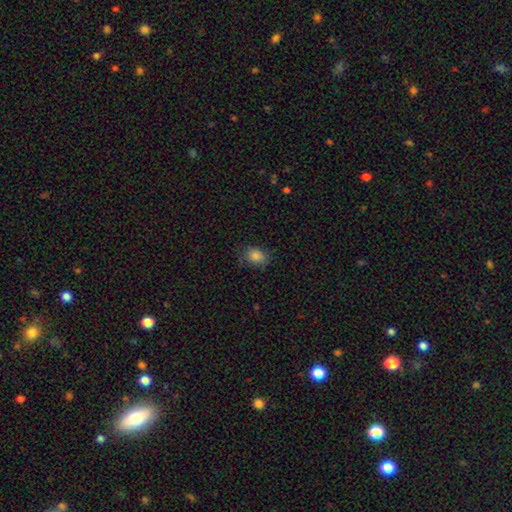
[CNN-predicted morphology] Overall: smooth (84%). How rounded: in between (70%). Merging: none (75%).